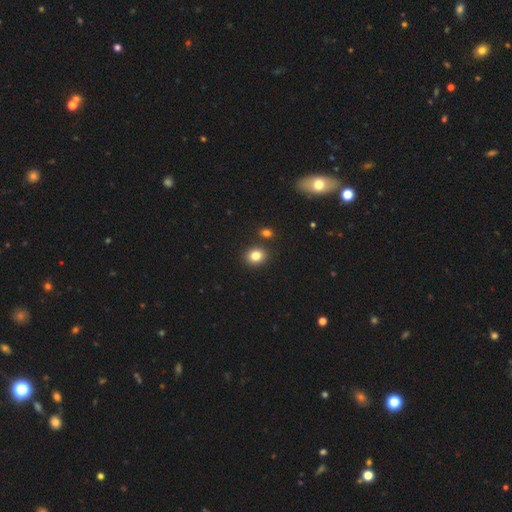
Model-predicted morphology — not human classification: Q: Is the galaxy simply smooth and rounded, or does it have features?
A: smooth — 82%.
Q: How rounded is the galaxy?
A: round — 68%.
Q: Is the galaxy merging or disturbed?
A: none — 84%.